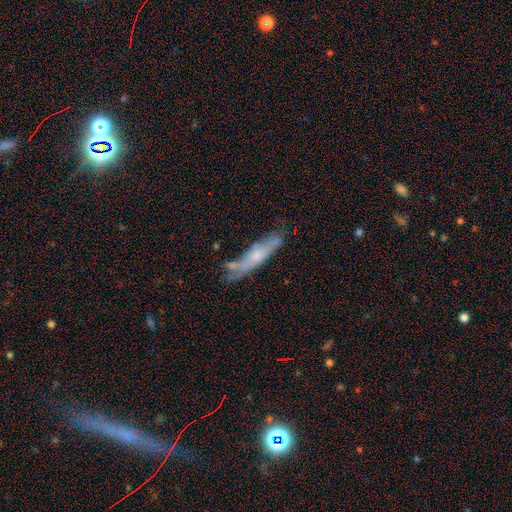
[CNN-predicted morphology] Q: Smooth or featured?
A: featured or disk (49%); runner-up: smooth (43%)
Q: Merging?
A: none (58%); runner-up: minor disturbance (26%)